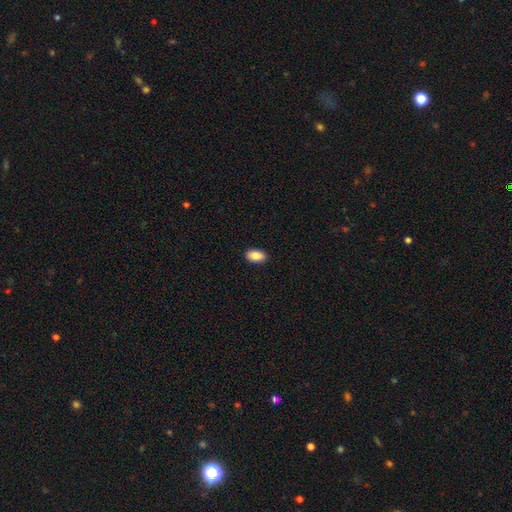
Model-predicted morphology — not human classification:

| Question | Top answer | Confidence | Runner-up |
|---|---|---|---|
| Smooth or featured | smooth | 89% | star or artifact (7%) |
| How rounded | in between | 94% | round (4%) |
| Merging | none | 90% | minor disturbance (7%) |